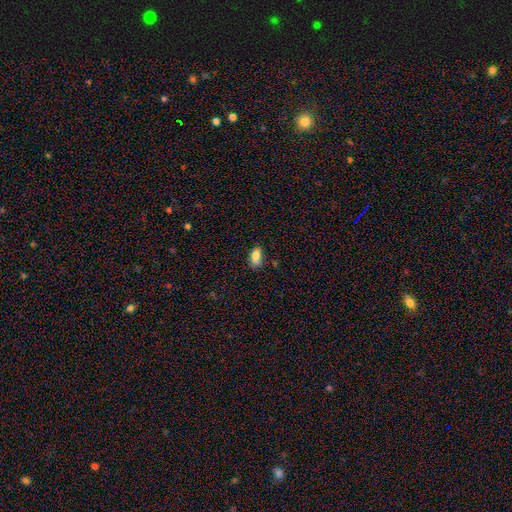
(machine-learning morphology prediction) Smooth or featured?
  - smooth: 82% *
  - featured or disk: 10%
  - star or artifact: 8%
How rounded?
  - in between: 89% *
  - cigar-shaped: 6%
  - round: 5%
Merging?
  - none: 74% *
  - minor disturbance: 20%
  - major disturbance: 4%
  - merger: 3%